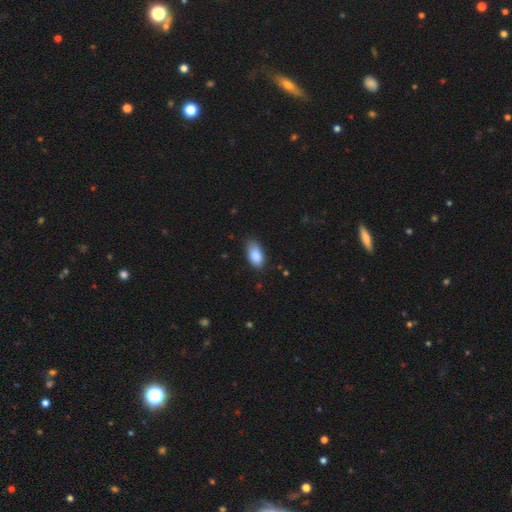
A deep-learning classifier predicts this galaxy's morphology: smooth-or-featured: smooth: 87% | star or artifact: 7% | featured or disk: 6%
  how-rounded: in between: 93% | cigar-shaped: 4% | round: 3%
  merging: none: 76% | minor disturbance: 20% | major disturbance: 3% | merger: 1%